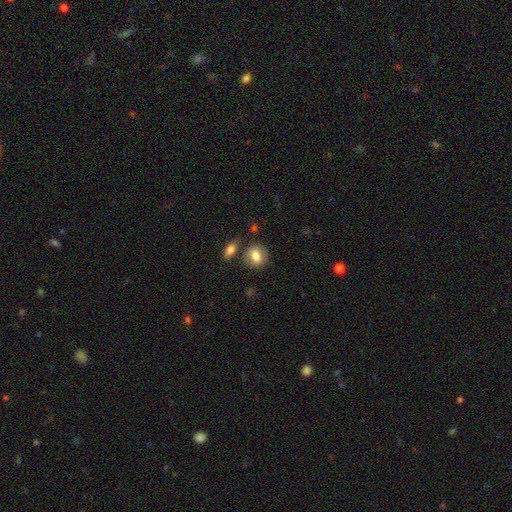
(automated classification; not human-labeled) This appears to be a smooth galaxy with no disk features (81%) that is in between round and cigar-shaped (50%). Merging: none (73%).